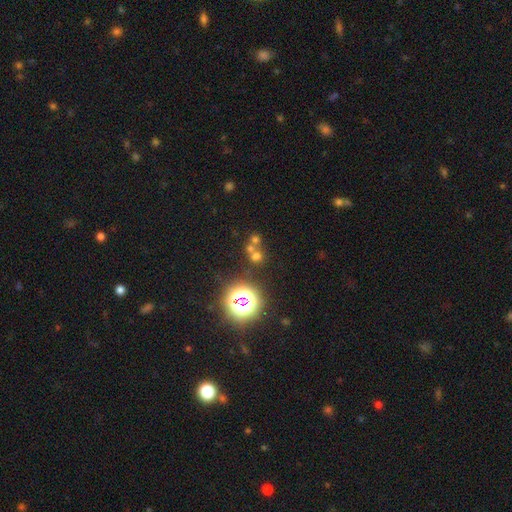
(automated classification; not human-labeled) This appears to be a smooth galaxy with no disk features (49%). Merging: none (51%).